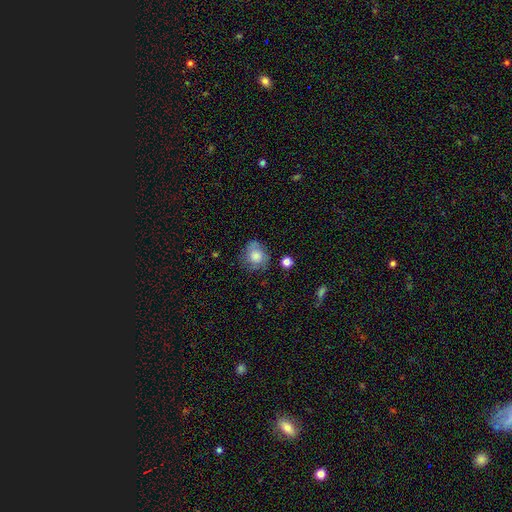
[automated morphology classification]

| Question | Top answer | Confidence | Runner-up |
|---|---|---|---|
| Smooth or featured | smooth | 69% | featured or disk (22%) |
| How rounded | round | 76% | in between (23%) |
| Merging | none | 64% | minor disturbance (24%) |